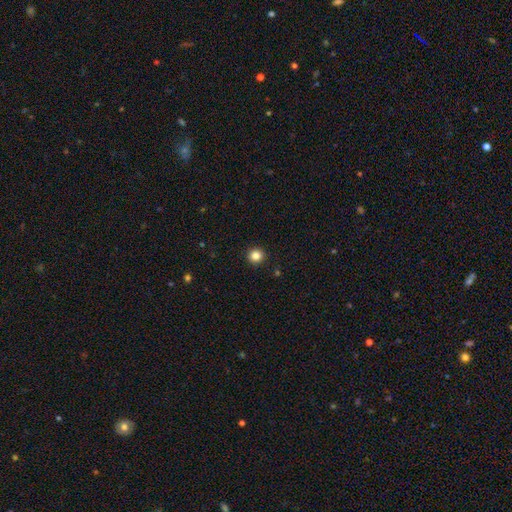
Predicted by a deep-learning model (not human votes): This appears to be a smooth galaxy with no disk features (85%) that is round (95%). Merging: none (93%).